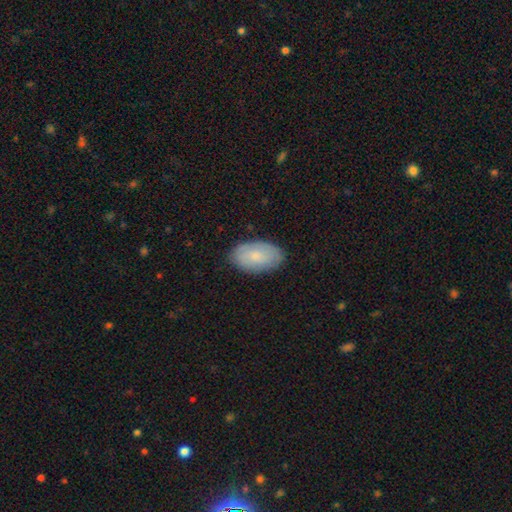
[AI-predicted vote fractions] Smooth or featured: smooth — 74% (featured or disk — 19%)
How rounded: in between — 94% (round — 5%)
Merging: none — 85% (minor disturbance — 12%)